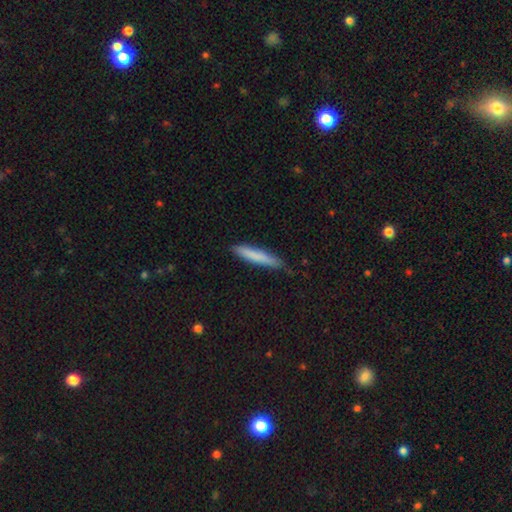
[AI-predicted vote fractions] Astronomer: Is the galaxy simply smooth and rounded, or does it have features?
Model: smooth — 79%.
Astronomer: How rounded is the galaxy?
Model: cigar-shaped — 92%.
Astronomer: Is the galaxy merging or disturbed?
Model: none — 82%.